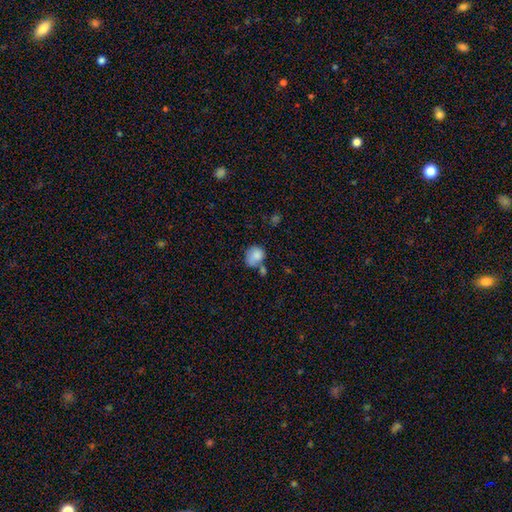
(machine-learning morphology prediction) A smooth galaxy with no disk features (82%) that is round (63%). Merging: none (41%).